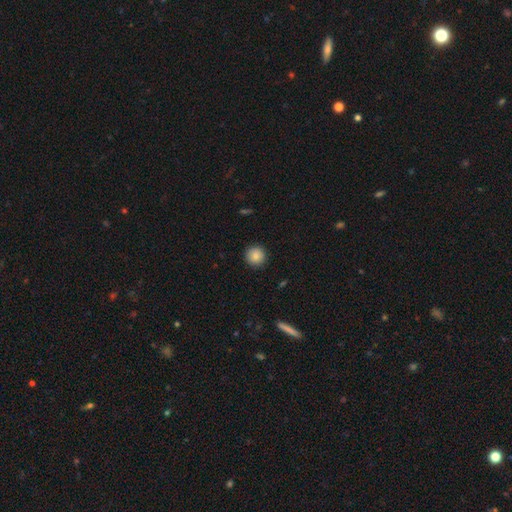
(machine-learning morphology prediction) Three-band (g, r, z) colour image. It shows a smooth galaxy with no disk features (86%) that is round (95%). Merging: none (92%).